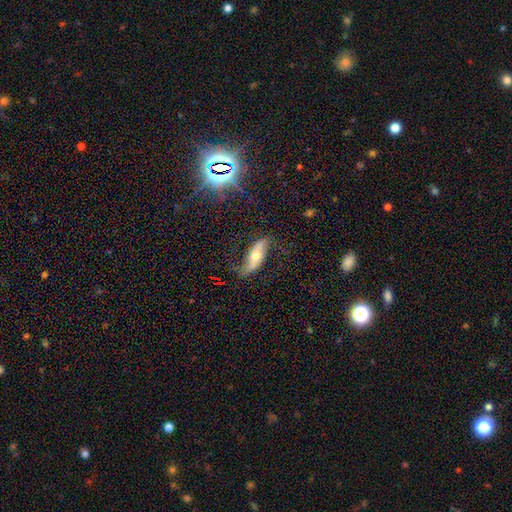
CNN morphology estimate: Smooth or featured?
  - featured or disk: 69% *
  - smooth: 24%
  - star or artifact: 7%
Edge-on disk?
  - no: 73% *
  - yes: 27%
Bar?
  - no: 45% *
  - strong: 32%
  - weak: 23%
Spiral arms?
  - yes: 86% *
  - no: 14%
Bulge size?
  - moderate: 67% *
  - small: 22%
  - large: 8%
  - dominant: 2%
  - none: 2%
Merging?
  - none: 71% *
  - minor disturbance: 19%
  - major disturbance: 8%
  - merger: 2%